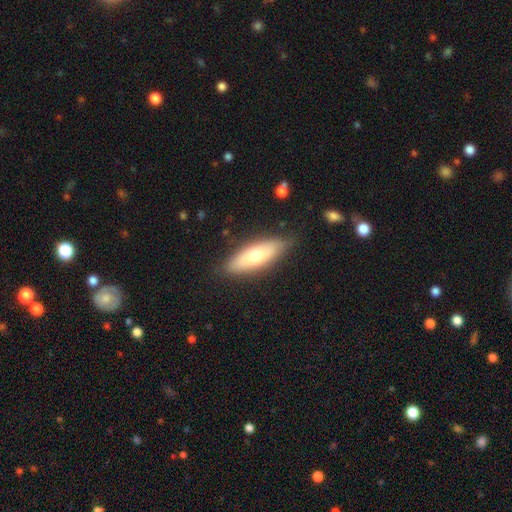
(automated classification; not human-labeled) Smooth or featured?
  - smooth: 61% *
  - featured or disk: 33%
  - star or artifact: 6%
How rounded?
  - in between: 61% *
  - cigar-shaped: 37%
  - round: 2%
Merging?
  - none: 84% *
  - minor disturbance: 12%
  - major disturbance: 3%
  - merger: 1%